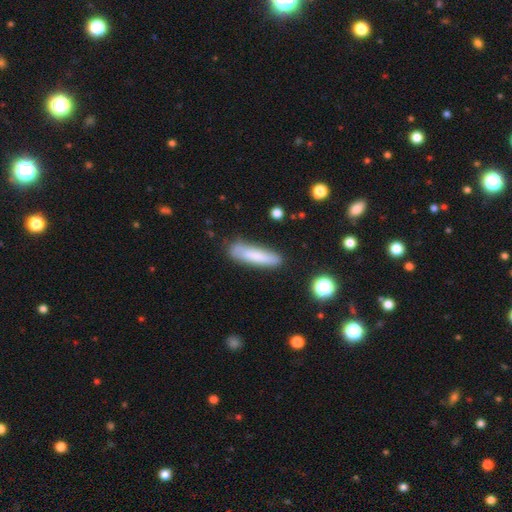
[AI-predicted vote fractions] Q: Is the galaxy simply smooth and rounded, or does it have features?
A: smooth — 77%.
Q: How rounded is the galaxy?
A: cigar-shaped — 76%.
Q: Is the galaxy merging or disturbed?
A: none — 78%.